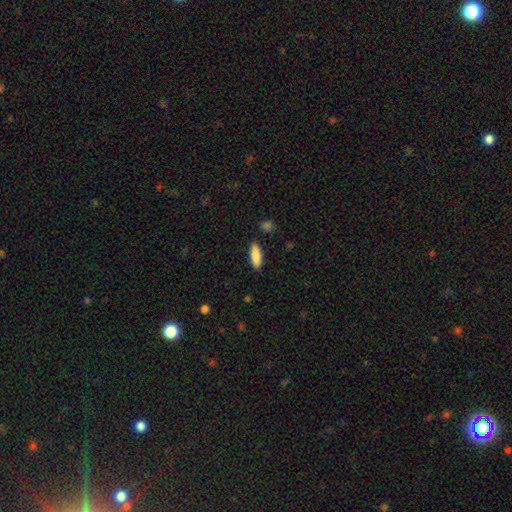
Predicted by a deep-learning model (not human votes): This is clearly a smooth galaxy (87%). How rounded: possibly in between (53%). Merging: clearly none (87%).